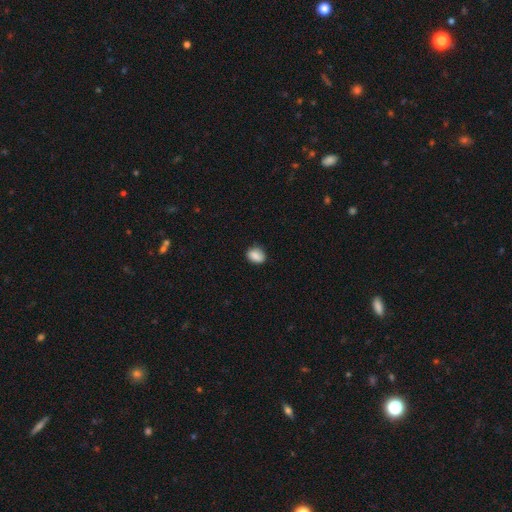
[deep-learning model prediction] This appears to be a smooth galaxy with no disk features (86%) that is in between round and cigar-shaped (57%). Merging: none (80%).